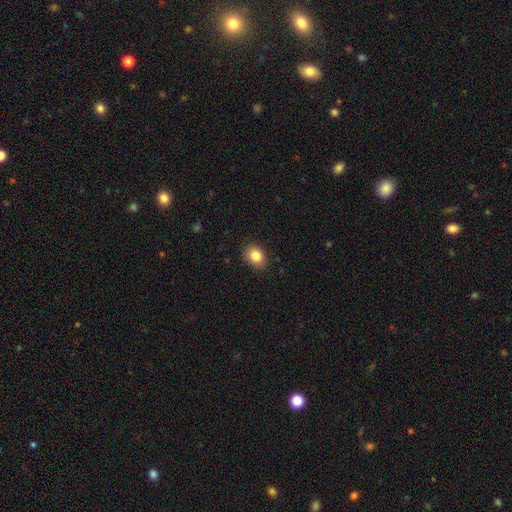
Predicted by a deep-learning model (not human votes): A smooth galaxy with no disk features (85%) that is in between round and cigar-shaped (55%). Merging: none (87%).